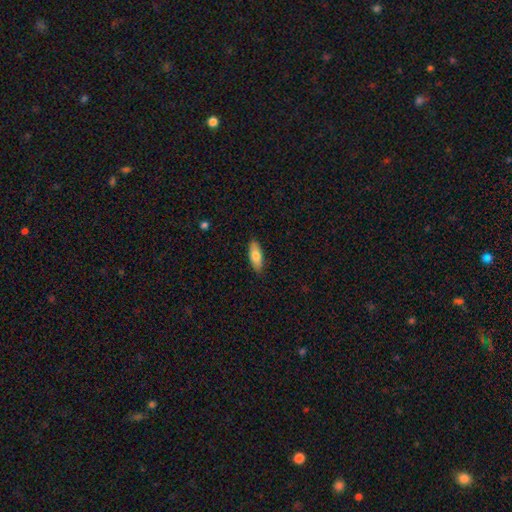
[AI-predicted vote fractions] The model was most divided on "how rounded": in between: 69%, cigar-shaped: 29%, round: 2%. More confident: merging — none (89%); smooth or featured — smooth (74%).